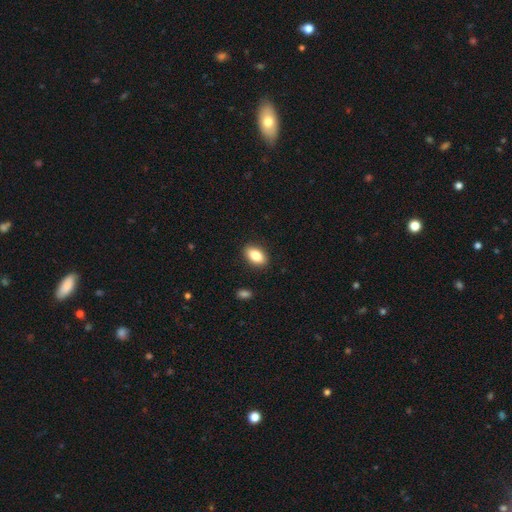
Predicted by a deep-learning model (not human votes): smooth 83%, featured or disk 9%, star or artifact 7%. Down the decision tree: how rounded — in between (90%); merging — none (89%).